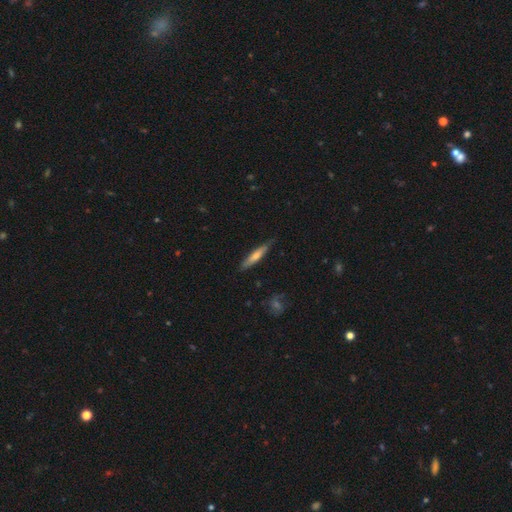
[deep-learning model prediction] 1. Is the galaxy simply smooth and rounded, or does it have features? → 54% smooth, 40% featured or disk, 6% star or artifact.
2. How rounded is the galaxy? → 89% cigar-shaped, 9% in between, 1% round.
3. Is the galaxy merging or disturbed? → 81% none, 15% minor disturbance, 2% major disturbance, 1% merger.